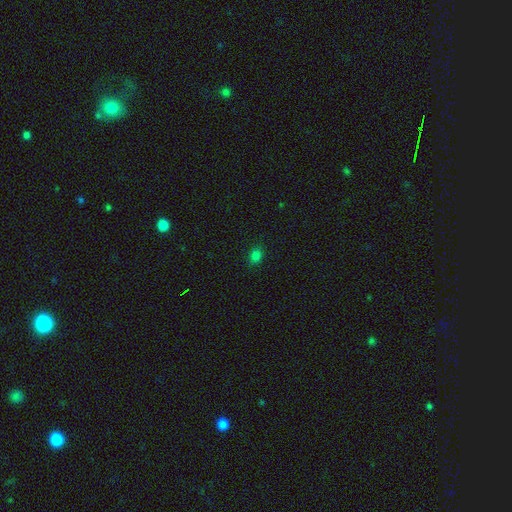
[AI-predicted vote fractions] Smooth or featured: smooth — 79% (star or artifact — 17%)
How rounded: in between — 59% (round — 40%)
Merging: none — 86% (minor disturbance — 11%)